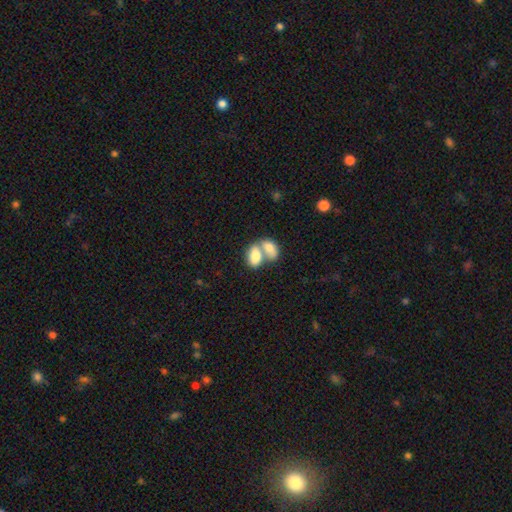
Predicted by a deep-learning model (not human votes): Smooth or featured? smooth (78%)
How rounded? in between (90%)
Merging? merger (73%)